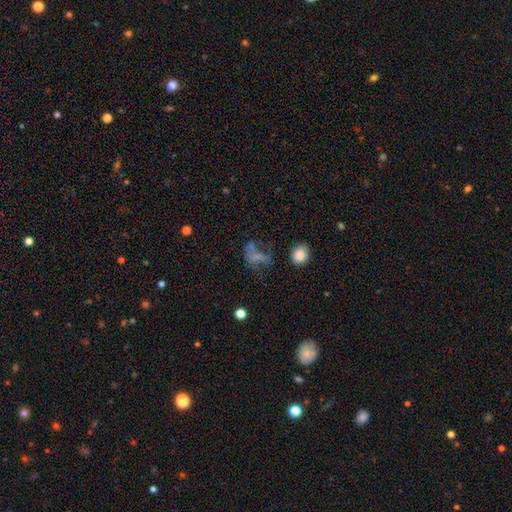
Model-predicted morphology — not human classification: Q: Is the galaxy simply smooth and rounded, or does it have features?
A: smooth — 47%.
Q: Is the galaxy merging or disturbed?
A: none — 35%.